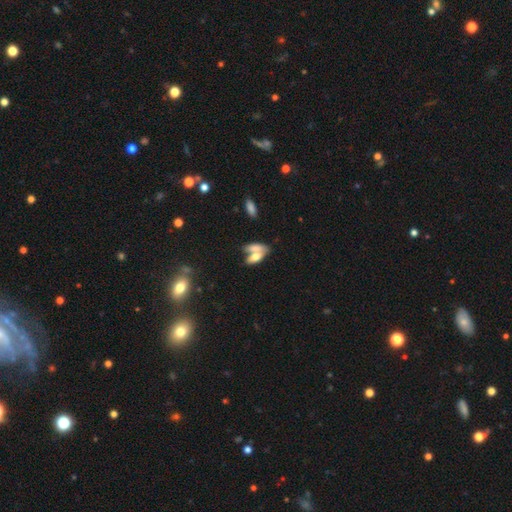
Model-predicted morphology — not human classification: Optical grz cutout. It shows a smooth galaxy with no disk features (64%) that is in between round and cigar-shaped (78%). Merging: merger (52%).